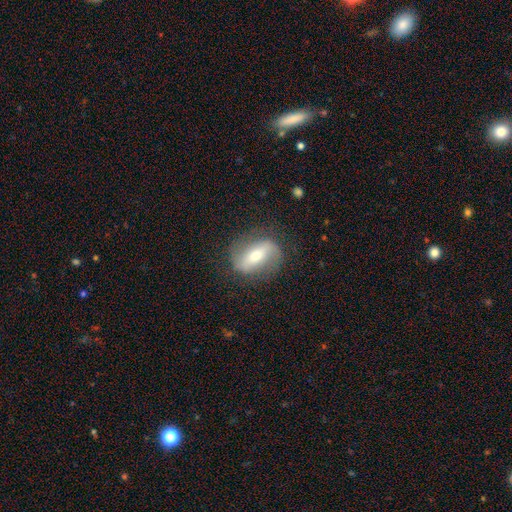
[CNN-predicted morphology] type=featured or disk (65%); edge-on=no (85%); bar=strong (57%); spiral arms=yes (69%); bulge=moderate (50%); merging=none (78%).